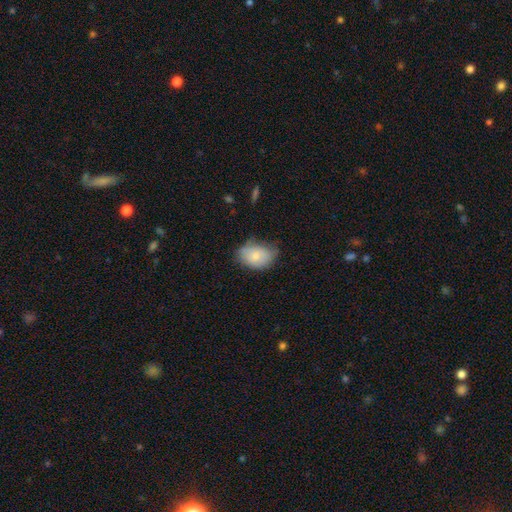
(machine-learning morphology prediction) Smooth or featured? smooth (77%)
How rounded? in between (79%)
Merging? none (53%)